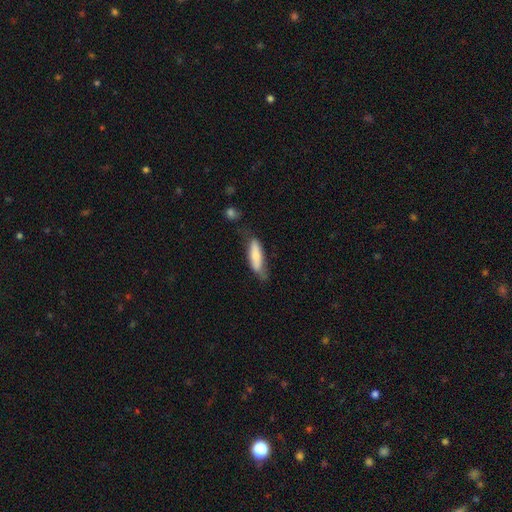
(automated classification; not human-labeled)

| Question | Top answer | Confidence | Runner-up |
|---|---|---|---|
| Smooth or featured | smooth | 67% | featured or disk (27%) |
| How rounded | cigar-shaped | 51% | in between (47%) |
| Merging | none | 53% | minor disturbance (32%) |